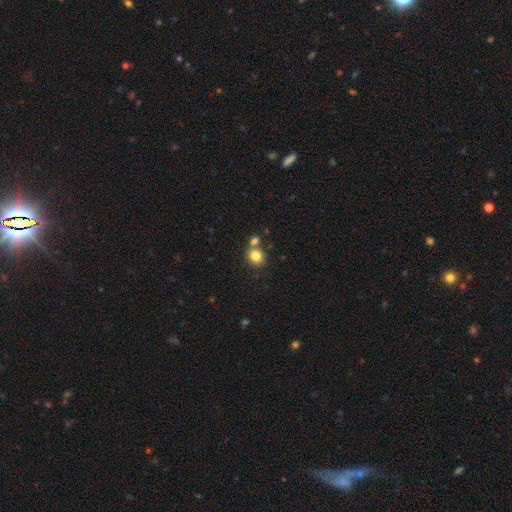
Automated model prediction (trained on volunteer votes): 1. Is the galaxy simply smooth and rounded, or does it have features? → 82% smooth, 11% star or artifact, 7% featured or disk.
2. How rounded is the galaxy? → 80% round, 20% in between, 1% cigar-shaped.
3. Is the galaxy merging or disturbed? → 62% none, 27% merger, 9% minor disturbance, 3% major disturbance.